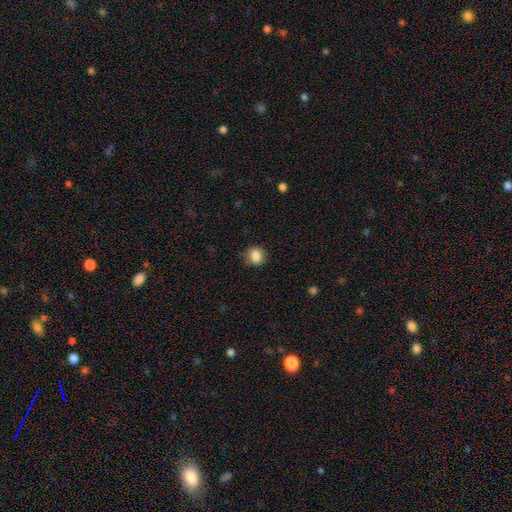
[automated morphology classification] smooth_or_featured: smooth (p=0.83) [alt: star or artifact p=0.09]
how_rounded: round (p=0.62) [alt: in between p=0.37]
merging: none (p=0.78) [alt: minor disturbance p=0.17]